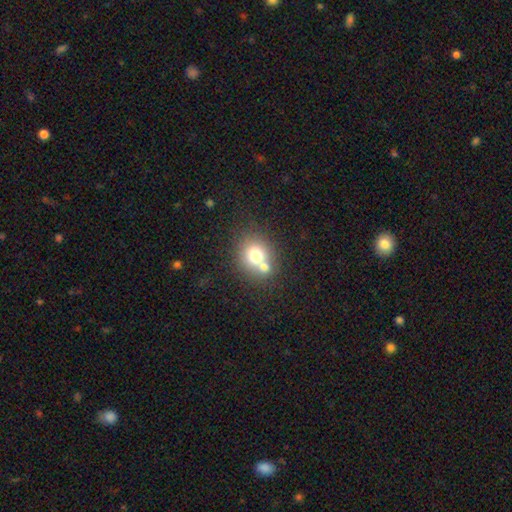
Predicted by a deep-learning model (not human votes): This appears to be a smooth galaxy with no disk features (70%) that is round (73%). Merging: none (45%).